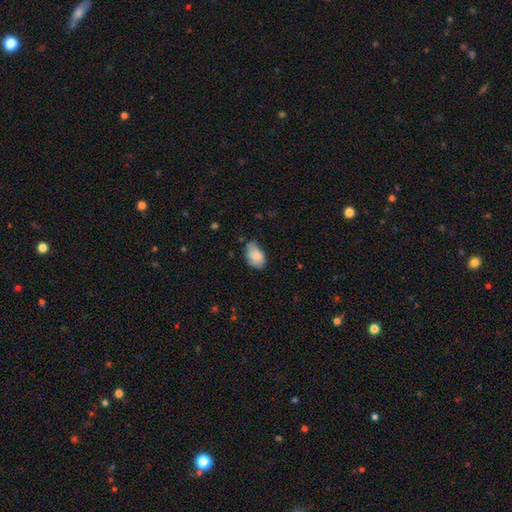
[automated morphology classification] Smooth or featured: smooth — 83% (featured or disk — 10%)
How rounded: in between — 89% (round — 9%)
Merging: none — 52% (minor disturbance — 37%)